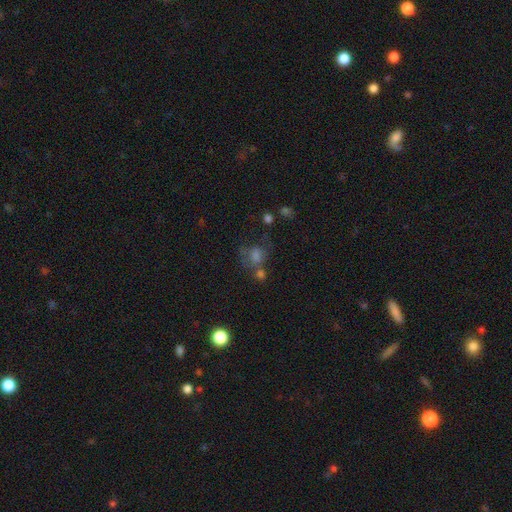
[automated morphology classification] smooth 50%, star or artifact 27%, featured or disk 23%. Down the decision tree: how rounded — round (67%); merging — none (44%).